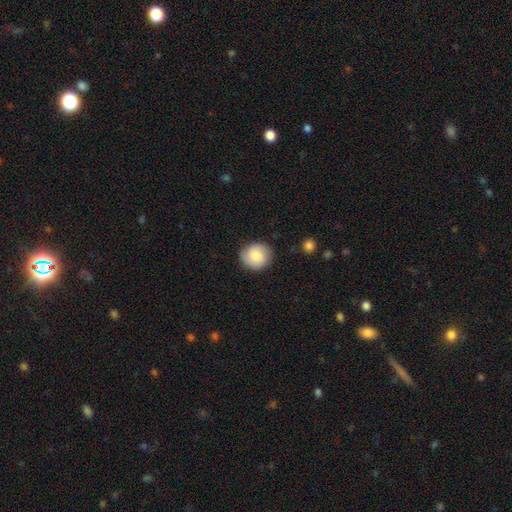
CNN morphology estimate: type=smooth (74%); roundness=round (86%); merging=none (82%).